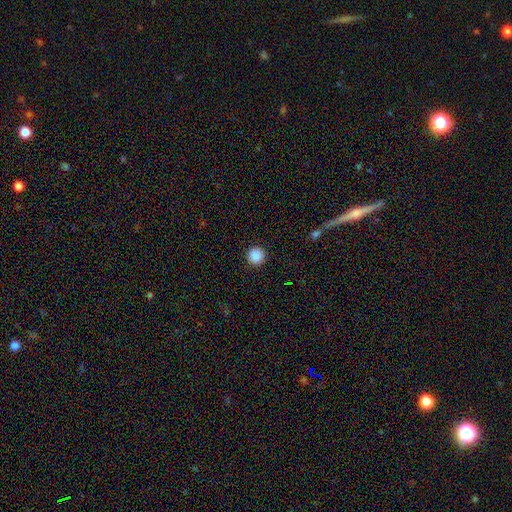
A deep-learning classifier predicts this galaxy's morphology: A smooth galaxy with no disk features (89%) that is round (96%). Merging: none (93%).